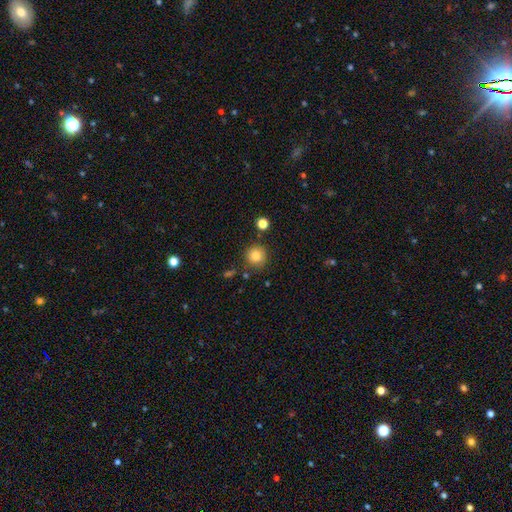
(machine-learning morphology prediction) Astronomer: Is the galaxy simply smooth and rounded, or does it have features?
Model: smooth — 83%.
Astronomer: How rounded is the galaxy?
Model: round — 94%.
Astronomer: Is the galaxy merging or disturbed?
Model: none — 85%.